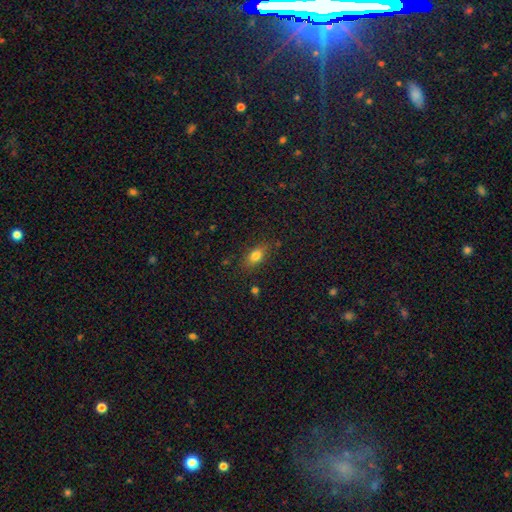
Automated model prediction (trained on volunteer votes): Smooth or featured? smooth (79%)
How rounded? in between (81%)
Merging? none (80%)